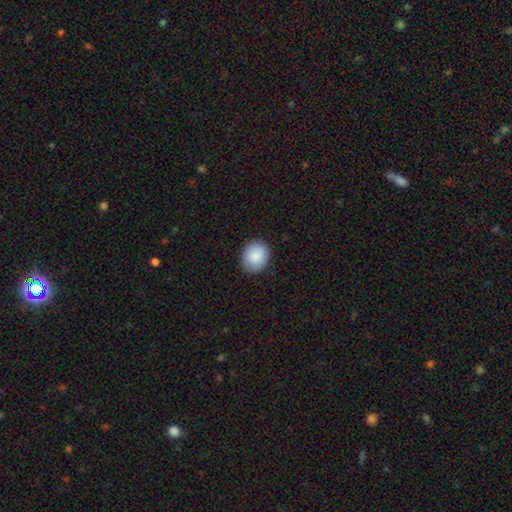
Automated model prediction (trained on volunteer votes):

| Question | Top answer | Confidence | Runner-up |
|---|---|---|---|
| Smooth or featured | smooth | 88% | star or artifact (7%) |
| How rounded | round | 61% | in between (39%) |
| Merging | none | 86% | minor disturbance (11%) |